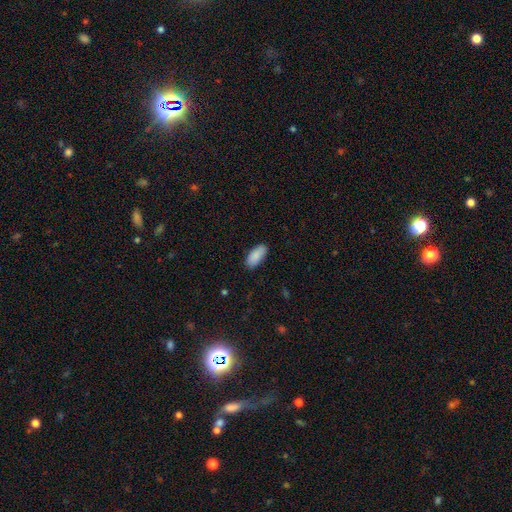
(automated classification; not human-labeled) The model was most divided on "merging": none: 87%, minor disturbance: 10%, major disturbance: 2%, merger: 1%. More confident: how rounded — in between (91%); smooth or featured — smooth (89%).